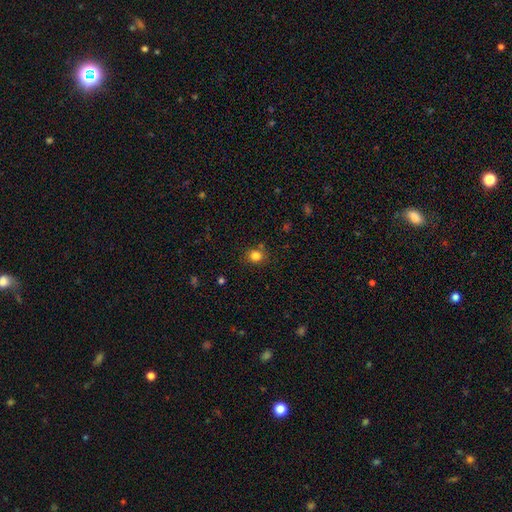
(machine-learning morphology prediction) A smooth galaxy with no disk features (82%) that is round (77%).

Vote fractions:
- Smooth or featured? smooth: 82% / star or artifact: 13% / featured or disk: 6%
- How rounded? round: 77% / in between: 22% / cigar-shaped: 1%
- Merging? none: 81% / minor disturbance: 11% / merger: 5% / major disturbance: 3%